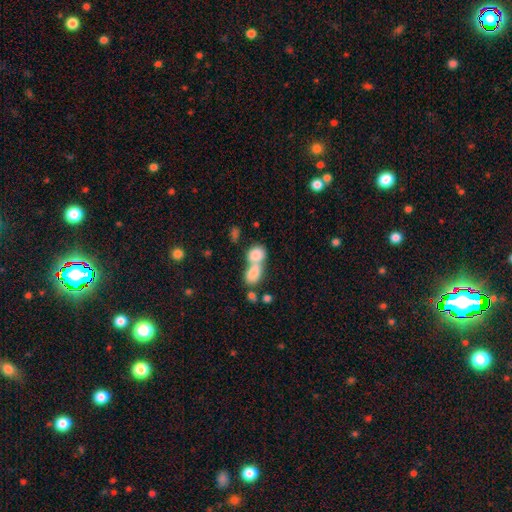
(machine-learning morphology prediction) Smooth or featured: smooth — 81% (featured or disk — 12%)
How rounded: in between — 63% (round — 34%)
Merging: merger — 73% (none — 19%)